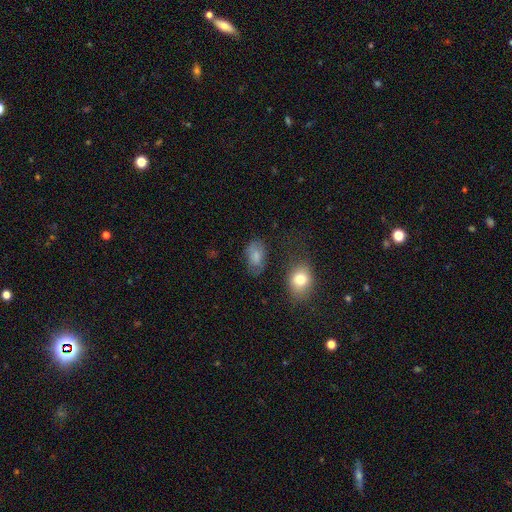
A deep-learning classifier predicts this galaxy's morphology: type=smooth (75%); roundness=in between (90%); merging=none (58%).